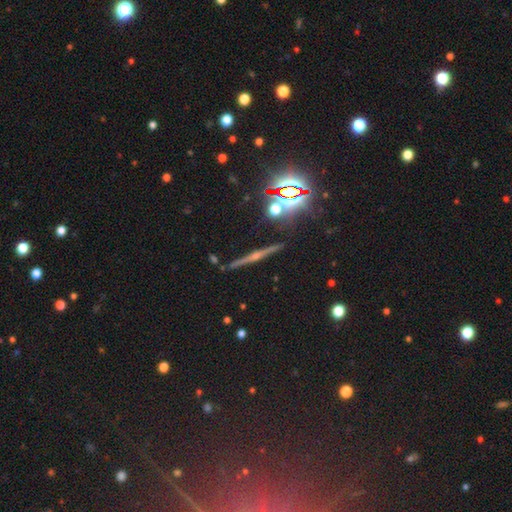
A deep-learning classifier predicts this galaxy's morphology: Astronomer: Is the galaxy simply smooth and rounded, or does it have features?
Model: featured or disk — 65%.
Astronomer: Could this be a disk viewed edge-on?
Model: yes — 97%.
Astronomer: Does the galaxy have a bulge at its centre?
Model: rounded — 82%.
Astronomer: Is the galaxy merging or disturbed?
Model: none — 90%.